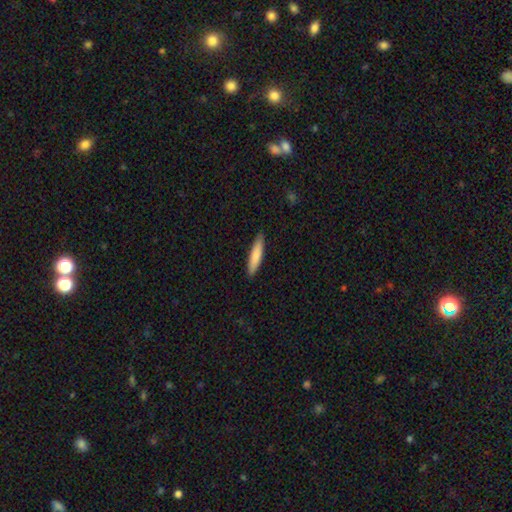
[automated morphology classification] Q: Smooth or featured?
A: smooth (80%); runner-up: featured or disk (15%)
Q: How rounded?
A: cigar-shaped (85%); runner-up: in between (14%)
Q: Merging?
A: none (90%); runner-up: minor disturbance (8%)